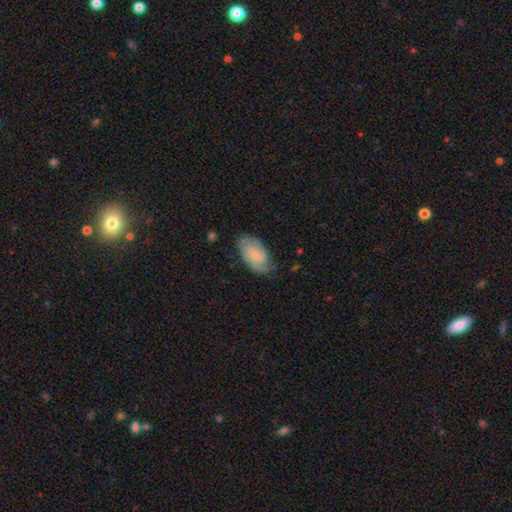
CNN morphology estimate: smooth_or_featured: featured or disk (p=0.64) [alt: smooth p=0.30]
disk_edge_on: no (p=0.96) [alt: yes p=0.04]
bar: no (p=0.49) [alt: weak p=0.43]
has_spiral_arms: yes (p=0.92) [alt: no p=0.08]
spiral_winding: medium (p=0.43) [alt: tight p=0.39]
spiral_arm_count: 2 (p=0.58) [alt: can't tell p=0.20]
bulge_size: small (p=0.44) [alt: none p=0.30]
merging: none (p=0.62) [alt: minor disturbance p=0.26]